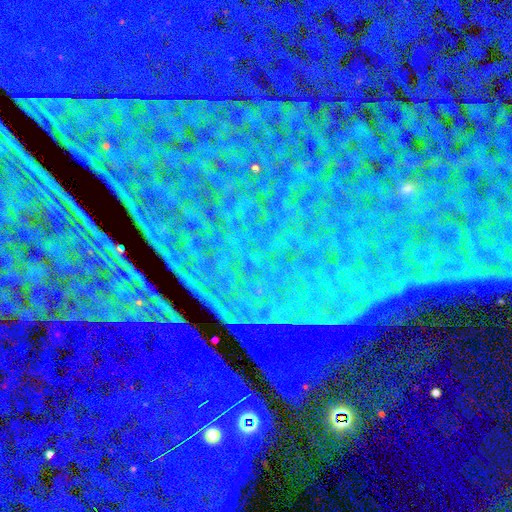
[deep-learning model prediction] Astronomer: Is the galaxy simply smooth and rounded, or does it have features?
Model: star or artifact — 86%.